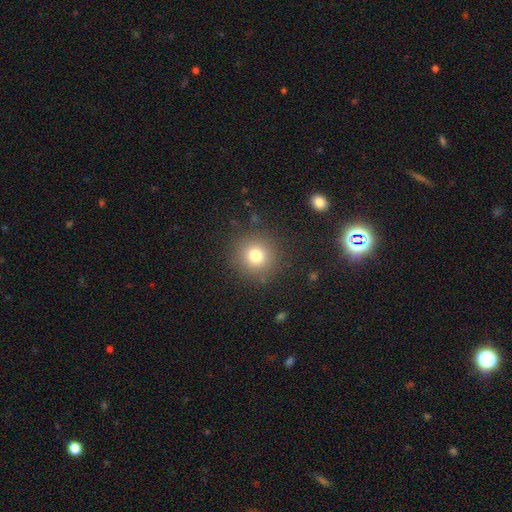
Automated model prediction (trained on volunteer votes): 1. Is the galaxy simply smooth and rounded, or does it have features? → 77% smooth, 14% star or artifact, 9% featured or disk.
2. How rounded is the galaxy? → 93% round, 6% in between, 1% cigar-shaped.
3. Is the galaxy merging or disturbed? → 88% none, 7% minor disturbance, 4% major disturbance, 2% merger.